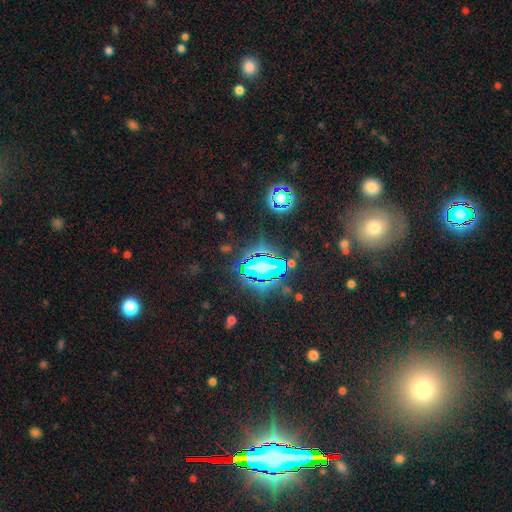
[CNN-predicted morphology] Overall: star or artifact (78%).